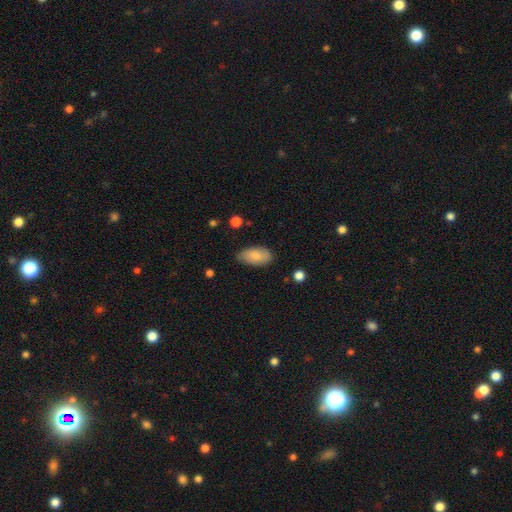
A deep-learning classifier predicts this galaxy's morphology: A smooth galaxy with no disk features (82%) that is in between round and cigar-shaped (94%). Merging: none (78%).